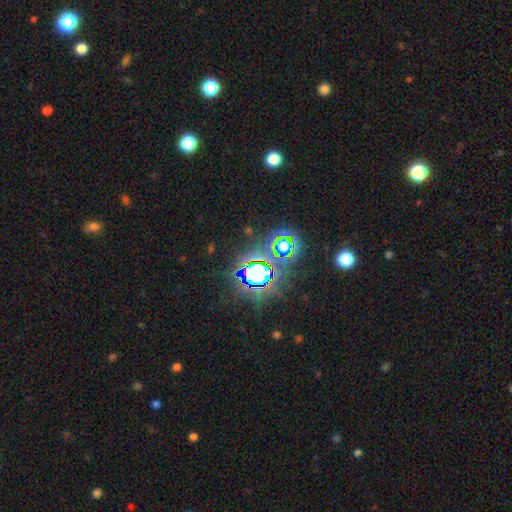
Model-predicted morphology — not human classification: Smooth or featured? star or artifact (80%)